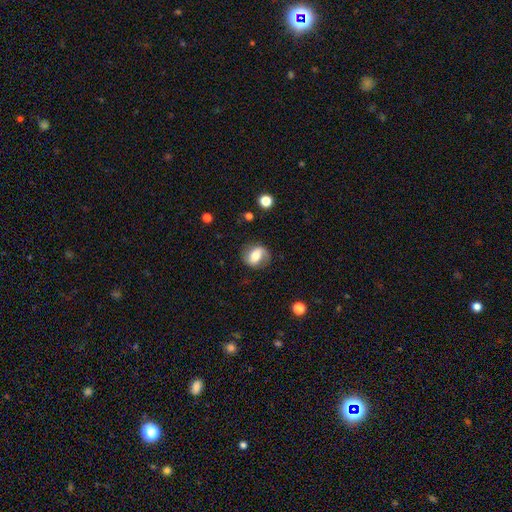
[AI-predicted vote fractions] featured or disk 52%, smooth 40%, star or artifact 8%. Down the decision tree: edge-on disk — no (95%); merging — none (74%).